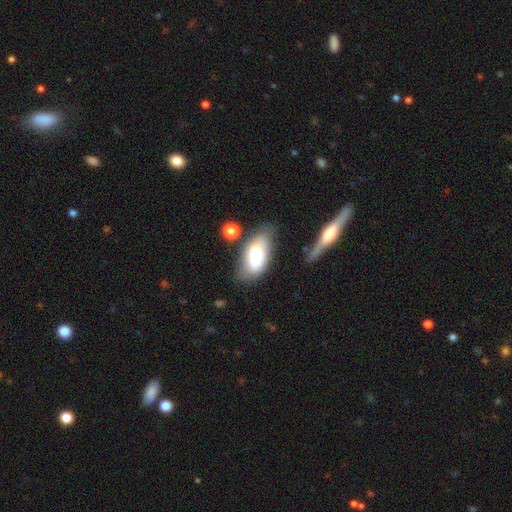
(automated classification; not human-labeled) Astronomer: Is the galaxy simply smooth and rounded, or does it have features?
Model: smooth — 67%.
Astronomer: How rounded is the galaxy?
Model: in between — 90%.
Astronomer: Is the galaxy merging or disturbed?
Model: none — 59%.